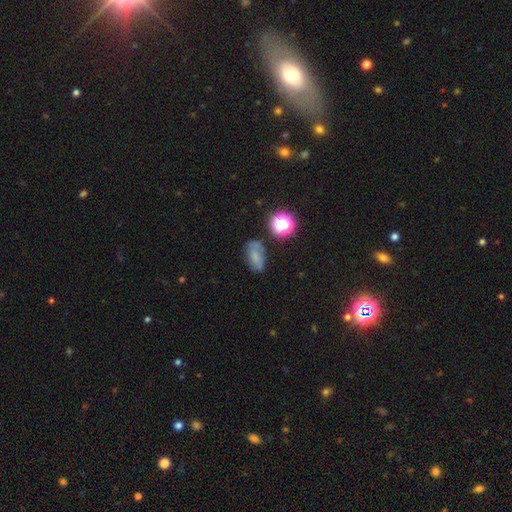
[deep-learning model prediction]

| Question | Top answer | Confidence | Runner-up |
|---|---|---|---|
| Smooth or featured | smooth | 57% | featured or disk (25%) |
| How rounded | in between | 82% | round (14%) |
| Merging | none | 58% | minor disturbance (26%) |